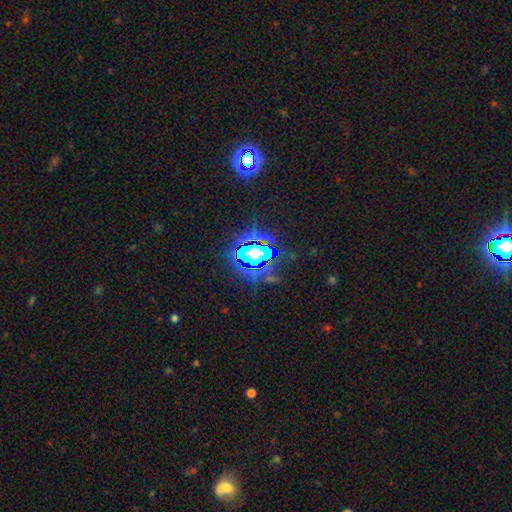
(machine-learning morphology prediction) Overall: star or artifact (83%).